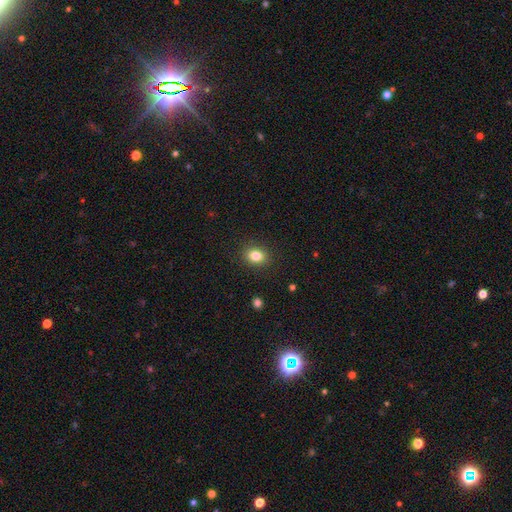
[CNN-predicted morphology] Smooth or featured?
  - smooth: 83% *
  - star or artifact: 11%
  - featured or disk: 6%
How rounded?
  - in between: 53% *
  - round: 46%
  - cigar-shaped: 1%
Merging?
  - none: 89% *
  - minor disturbance: 8%
  - major disturbance: 2%
  - merger: 1%